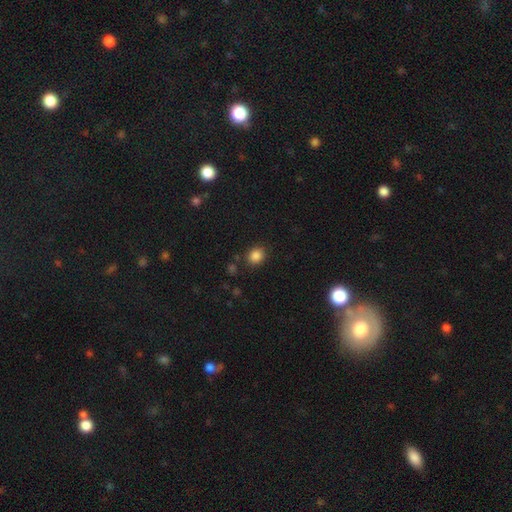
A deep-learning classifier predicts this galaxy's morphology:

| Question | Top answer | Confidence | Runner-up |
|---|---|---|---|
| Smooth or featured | smooth | 85% | star or artifact (11%) |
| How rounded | round | 69% | in between (30%) |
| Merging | none | 83% | minor disturbance (10%) |